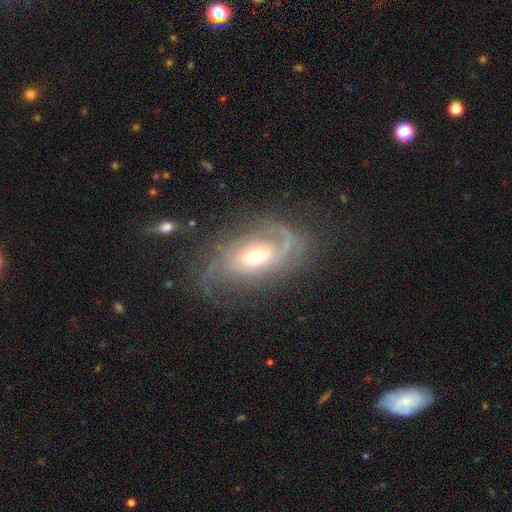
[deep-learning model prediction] featured or disk 75%, smooth 17%, star or artifact 7%. Down the decision tree: edge-on disk — no (93%); bar — no (63%); spiral arms — yes (82%); spiral arm count — 2 (41%); spiral winding — medium (38%); bulge size — moderate (68%); merging — none (52%).